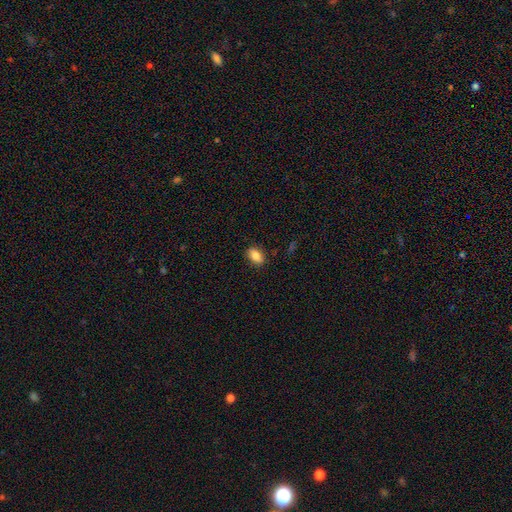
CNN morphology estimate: Overall: smooth (84%). How rounded: in between (88%). Merging: none (86%).